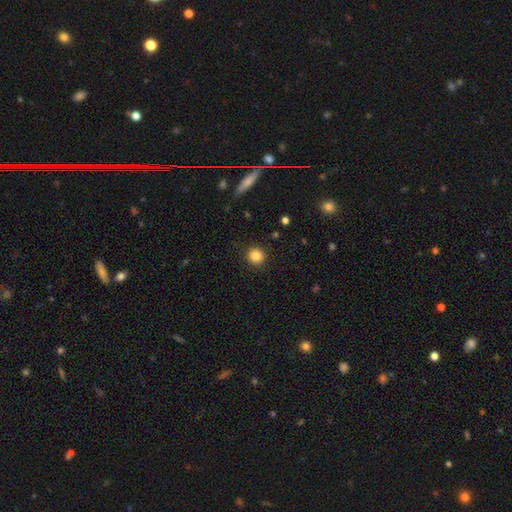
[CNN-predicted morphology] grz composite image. It shows a smooth galaxy with no disk features (86%) that is round (93%). Merging: none (90%).